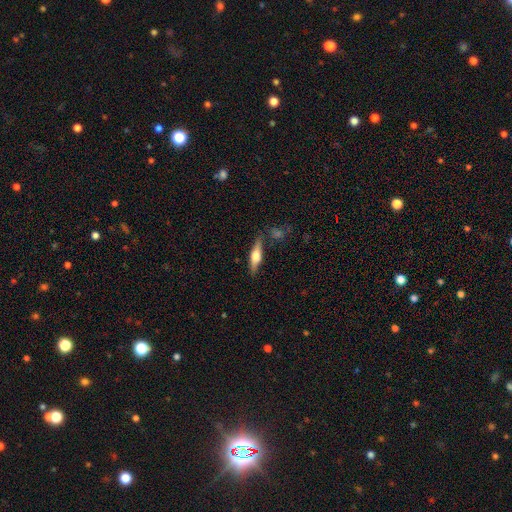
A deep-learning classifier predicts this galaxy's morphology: Overall: featured or disk (55%; smooth 39%). Edge-on disk: yes (94%). Edge-on bulge: rounded (92%). Merging: none (80%).